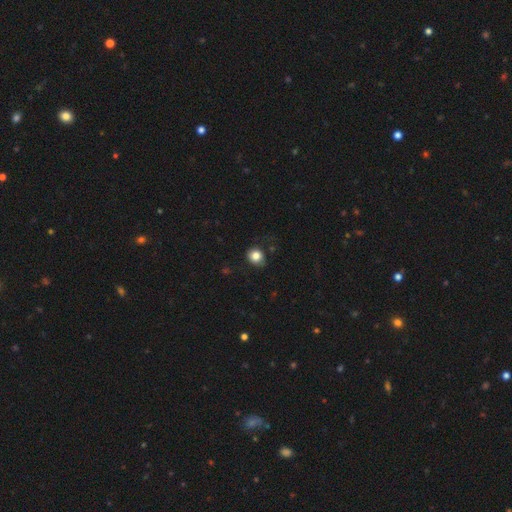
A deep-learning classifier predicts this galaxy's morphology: A smooth galaxy with no disk features (82%) that is round (76%). Merging: none (75%).